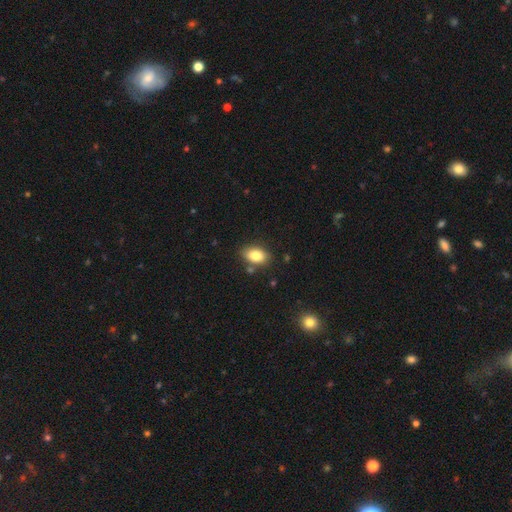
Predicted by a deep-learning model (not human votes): Smooth or featured: smooth — 83% (star or artifact — 8%)
How rounded: in between — 87% (round — 11%)
Merging: none — 81% (minor disturbance — 12%)